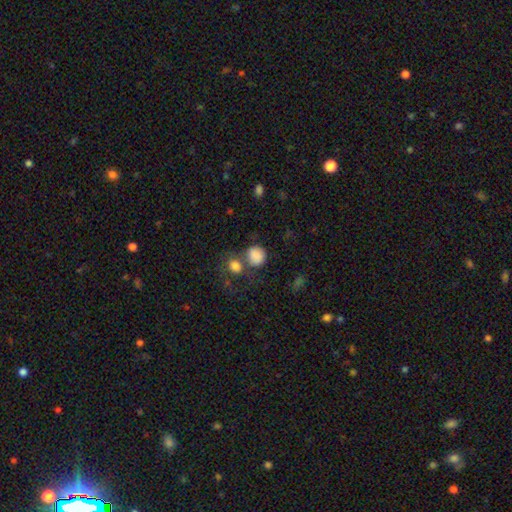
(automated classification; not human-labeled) Smooth or featured? Predicted: smooth (p=0.85). How rounded? Predicted: round (p=0.72). Merging? Predicted: none (p=0.45).